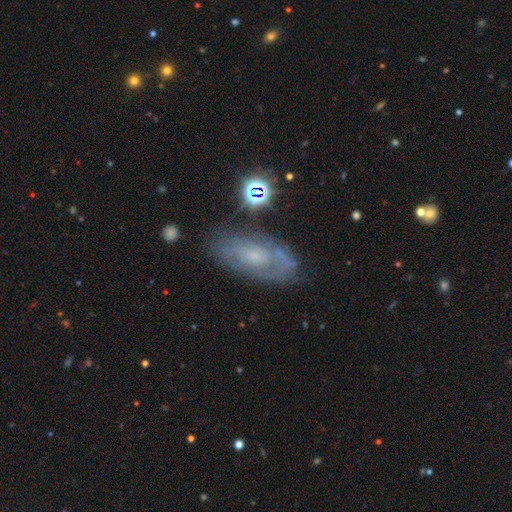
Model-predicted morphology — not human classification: Smooth or featured? Predicted: featured or disk (p=0.58). Edge-on disk? Predicted: no (p=0.88). Bar? Predicted: no (p=0.69). Spiral arms? Predicted: yes (p=0.66). Bulge size? Predicted: small (p=0.59). Merging? Predicted: none (p=0.68).